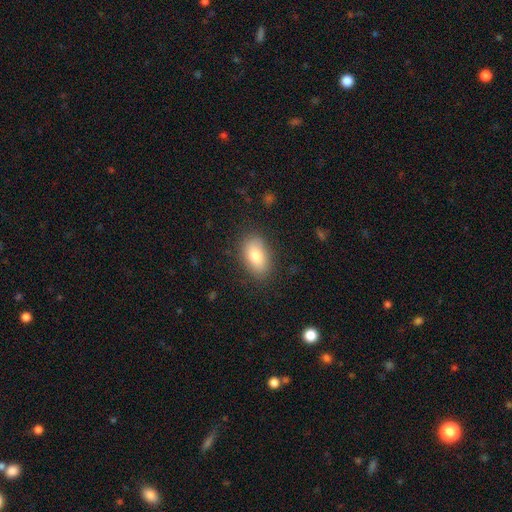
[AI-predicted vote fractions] This is likely a smooth galaxy (79%). How rounded: clearly in between (90%). Merging: clearly none (84%).